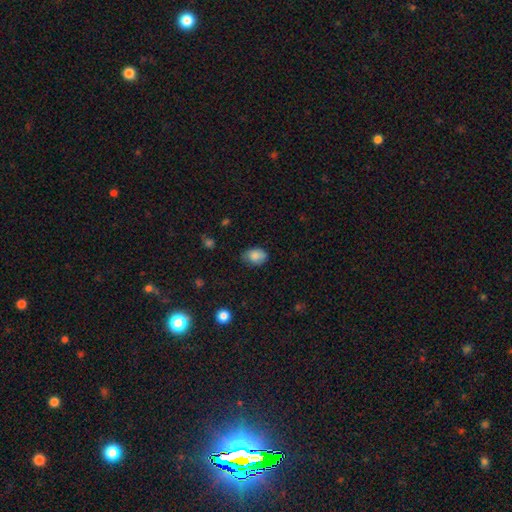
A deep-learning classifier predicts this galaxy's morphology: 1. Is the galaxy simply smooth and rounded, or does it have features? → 84% smooth, 9% star or artifact, 7% featured or disk.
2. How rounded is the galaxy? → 77% in between, 22% round, 1% cigar-shaped.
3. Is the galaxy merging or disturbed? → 67% none, 27% minor disturbance, 5% major disturbance, 1% merger.